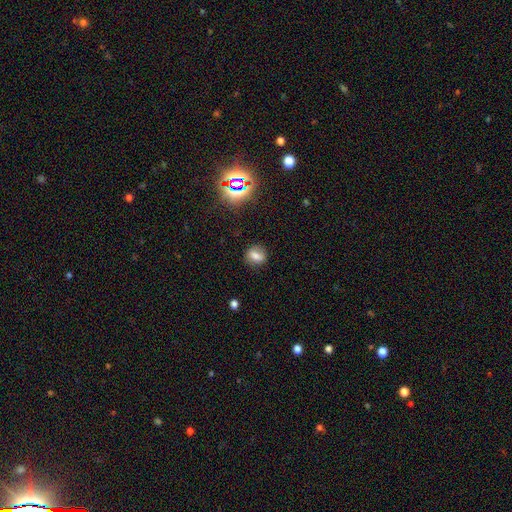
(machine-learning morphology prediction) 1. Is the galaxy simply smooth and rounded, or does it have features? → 69% smooth, 16% star or artifact, 15% featured or disk.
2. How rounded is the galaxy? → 58% round, 40% in between, 2% cigar-shaped.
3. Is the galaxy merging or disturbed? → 82% none, 13% minor disturbance, 4% major disturbance, 2% merger.